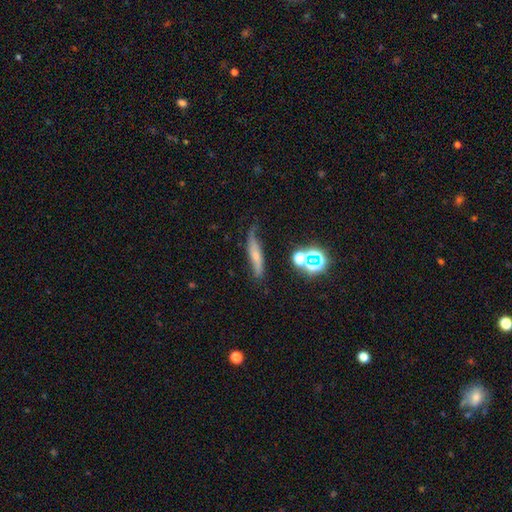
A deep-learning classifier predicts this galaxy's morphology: Q: Smooth or featured?
A: featured or disk (46%); runner-up: smooth (41%)
Q: Merging?
A: none (55%); runner-up: minor disturbance (30%)